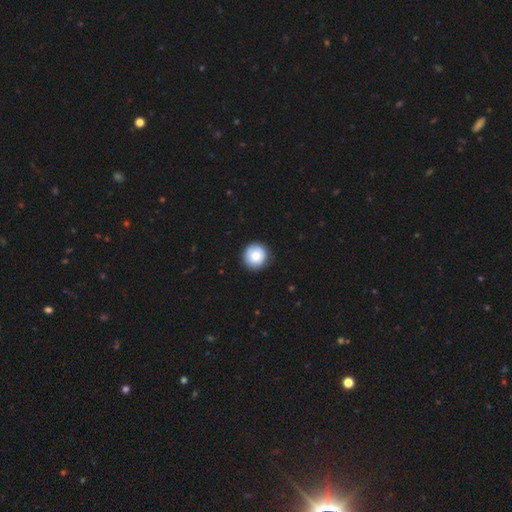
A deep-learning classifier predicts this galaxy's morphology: Smooth or featured: smooth — 80% (featured or disk — 13%)
How rounded: round — 95% (in between — 4%)
Merging: none — 88% (minor disturbance — 9%)